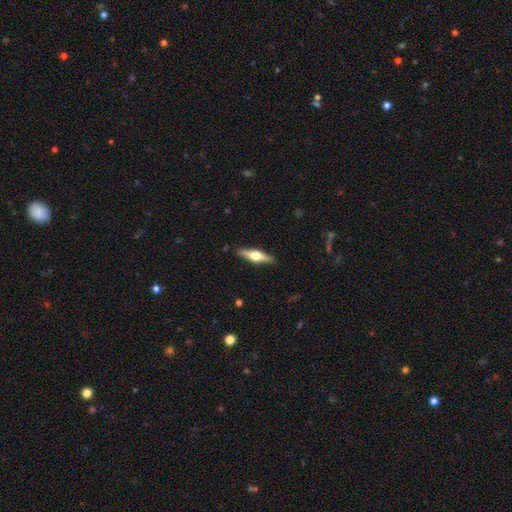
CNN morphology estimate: The model was most divided on "smooth or featured": featured or disk: 65%, smooth: 30%, star or artifact: 5%. More confident: edge-on disk — yes (96%); edge-on bulge — rounded (95%); merging — none (90%).